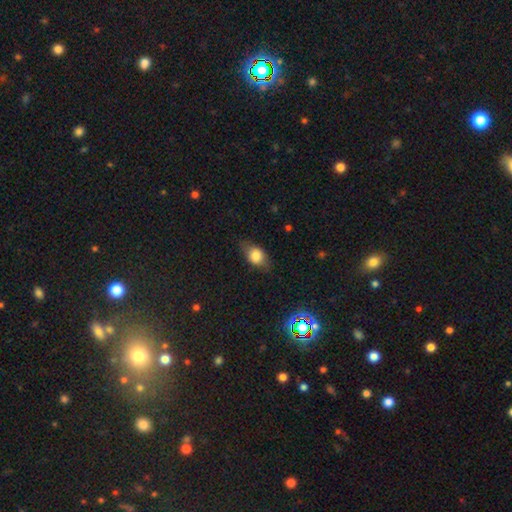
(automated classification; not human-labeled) Morphology: type=smooth (74%); roundness=in between (75%); merging=none (74%).